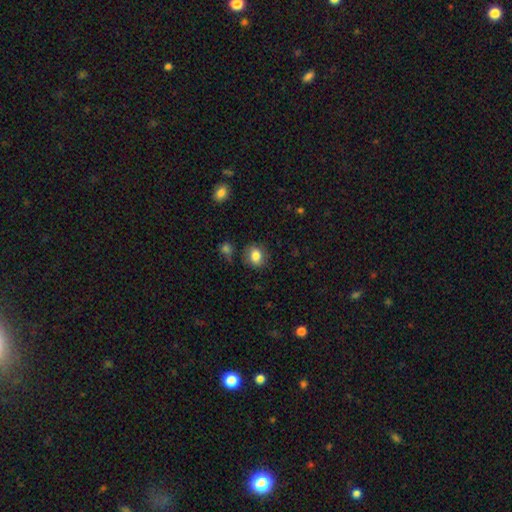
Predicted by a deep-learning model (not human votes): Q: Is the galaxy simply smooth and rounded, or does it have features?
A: smooth — 82%.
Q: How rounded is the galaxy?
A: round — 57%.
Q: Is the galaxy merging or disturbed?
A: none — 79%.